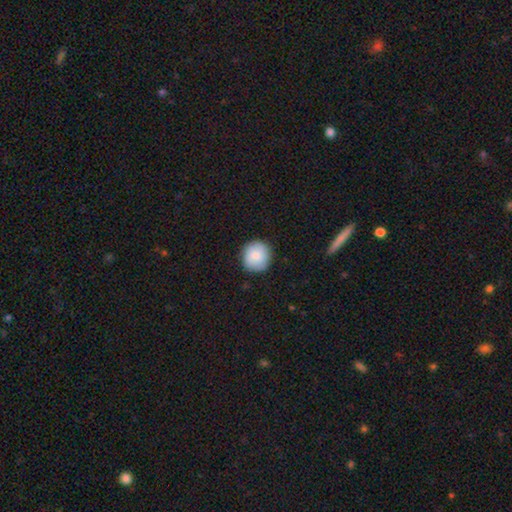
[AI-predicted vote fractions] A smooth galaxy with no disk features (84%) that is round (93%).

Vote fractions:
- Smooth or featured? smooth: 84% / featured or disk: 9% / star or artifact: 7%
- How rounded? round: 93% / in between: 6% / cigar-shaped: 1%
- Merging? none: 88% / minor disturbance: 9% / major disturbance: 2% / merger: 1%